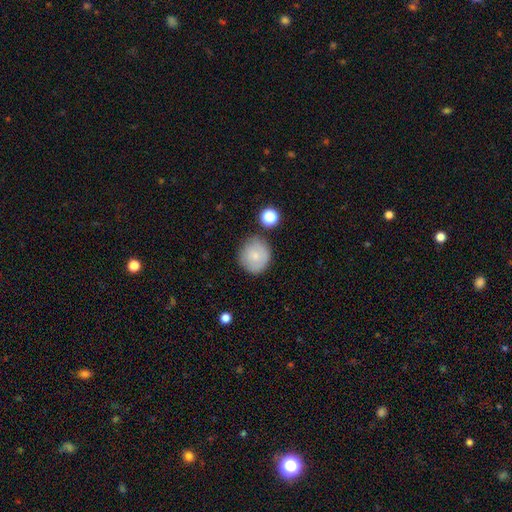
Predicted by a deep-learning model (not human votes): Smooth or featured: smooth — 76% (featured or disk — 15%)
How rounded: round — 89% (in between — 10%)
Merging: none — 75% (minor disturbance — 16%)